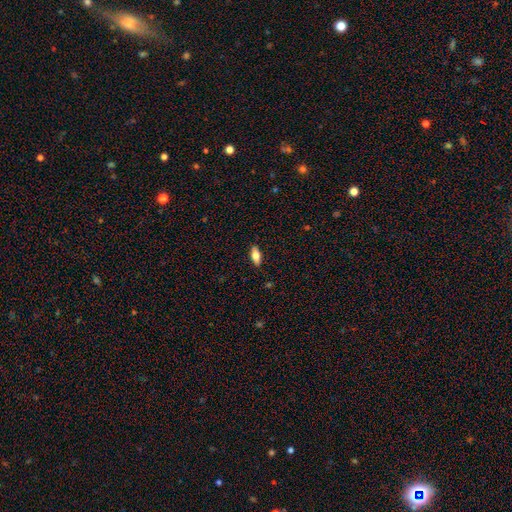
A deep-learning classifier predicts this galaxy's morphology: A smooth galaxy with no disk features (71%) that is in between round and cigar-shaped (76%).

Vote fractions:
- Smooth or featured? smooth: 71% / featured or disk: 22% / star or artifact: 7%
- How rounded? in between: 76% / cigar-shaped: 22% / round: 2%
- Merging? none: 89% / minor disturbance: 8% / major disturbance: 2% / merger: 1%